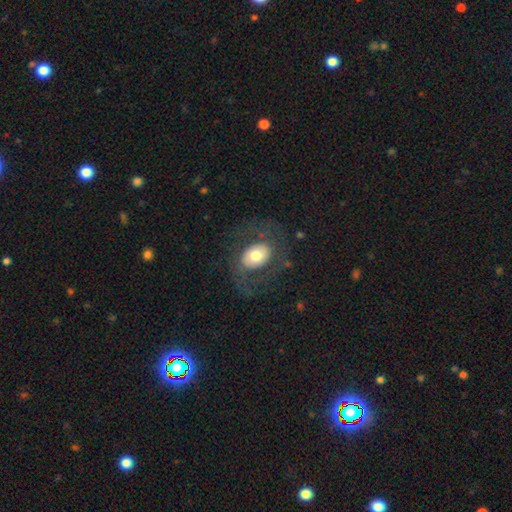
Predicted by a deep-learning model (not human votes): smooth-or-featured: smooth: 52% | featured or disk: 40% | star or artifact: 8%
  how-rounded: in between: 74% | round: 25% | cigar-shaped: 1%
  merging: none: 64% | major disturbance: 19% | minor disturbance: 15% | merger: 2%